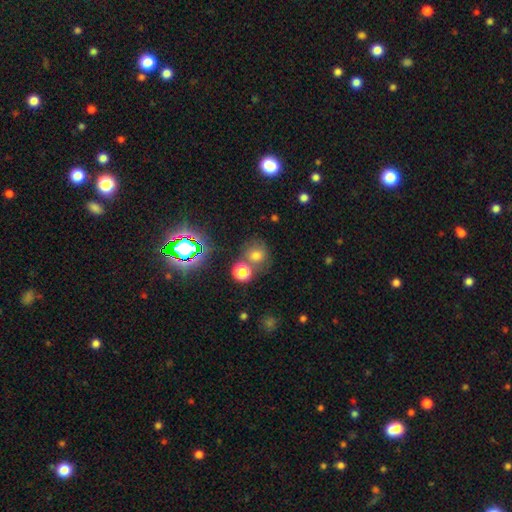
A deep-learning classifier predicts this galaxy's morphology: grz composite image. It shows a smooth galaxy with no disk features (66%) that is round (84%). Merging: none (59%).